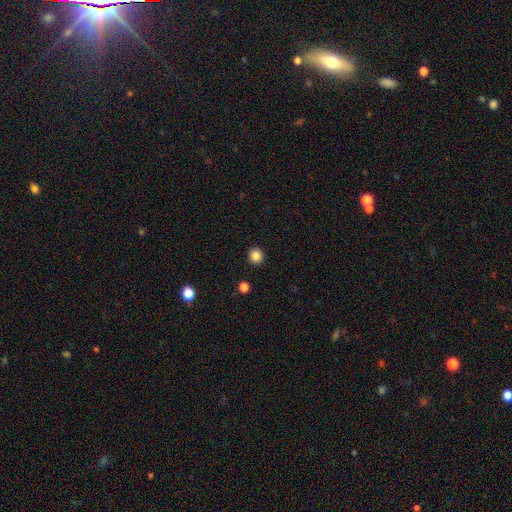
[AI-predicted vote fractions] Morphology: type=smooth (85%); roundness=round (94%); merging=none (93%).